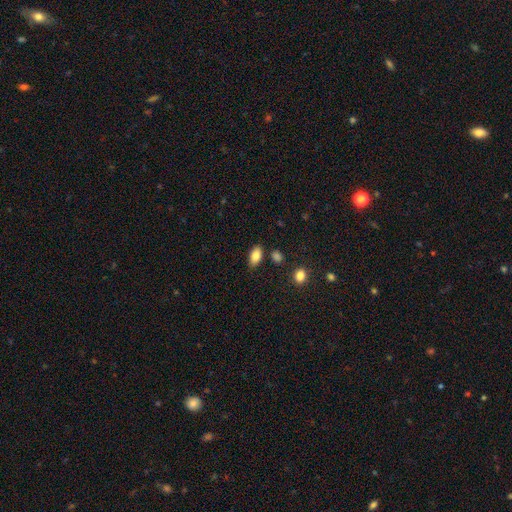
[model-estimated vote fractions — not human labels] smooth 85%, star or artifact 8%, featured or disk 7%. Down the decision tree: how rounded — in between (91%); merging — none (80%).